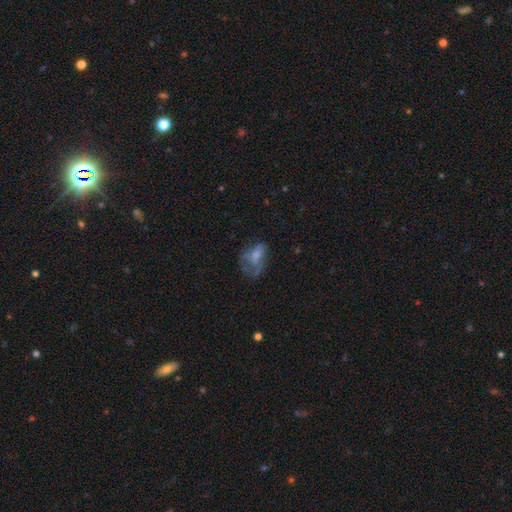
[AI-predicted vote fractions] Morphology: type=smooth (48%); merging=major disturbance (42%).